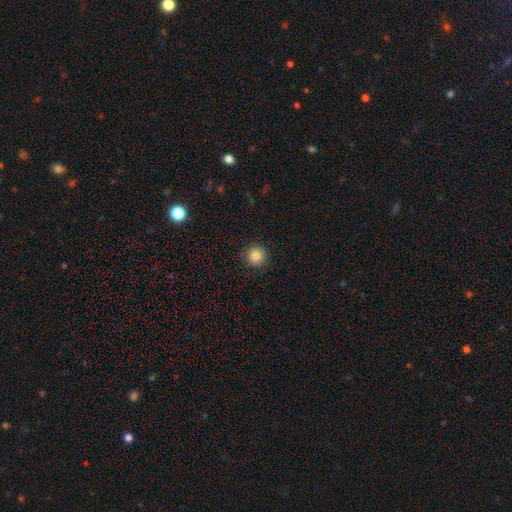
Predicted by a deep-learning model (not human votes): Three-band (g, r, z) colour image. It shows a smooth galaxy with no disk features (85%) that is round (95%). Merging: none (91%).